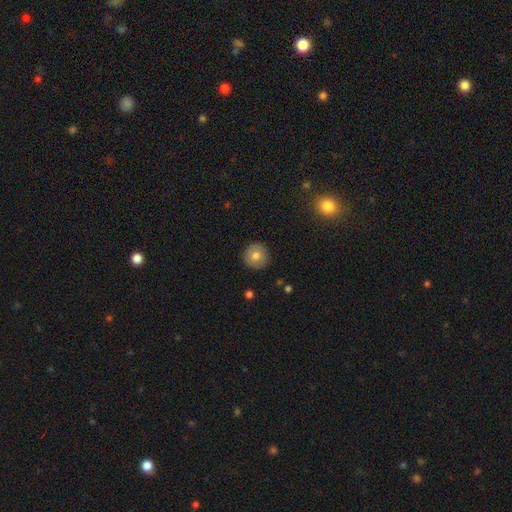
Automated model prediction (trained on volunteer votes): A smooth galaxy with no disk features (78%) that is round (95%). Merging: none (91%).